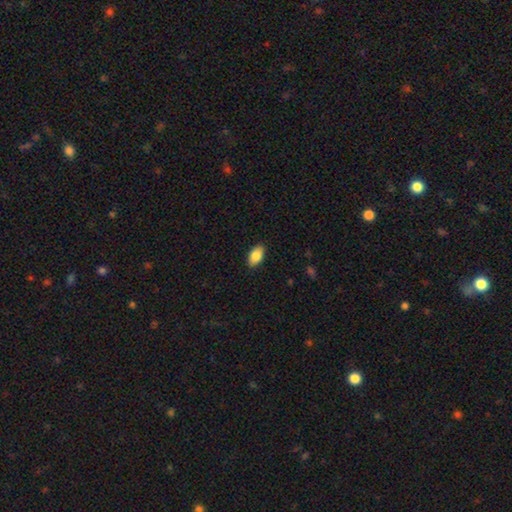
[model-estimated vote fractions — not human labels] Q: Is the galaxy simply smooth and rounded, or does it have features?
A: smooth — 85%.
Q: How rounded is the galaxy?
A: in between — 92%.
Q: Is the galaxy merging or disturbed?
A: none — 89%.